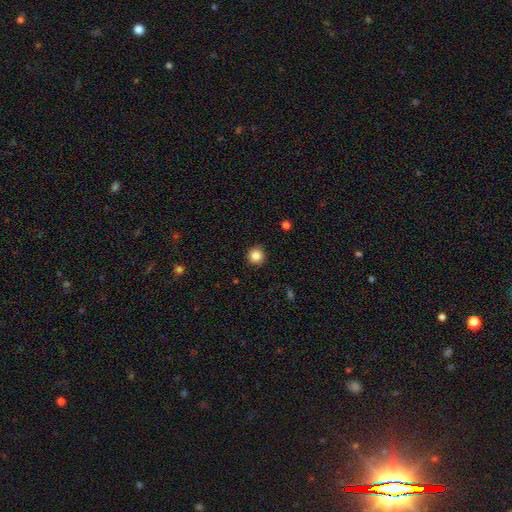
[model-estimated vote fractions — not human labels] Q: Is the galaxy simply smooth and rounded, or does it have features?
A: smooth — 85%.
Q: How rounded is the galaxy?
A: round — 94%.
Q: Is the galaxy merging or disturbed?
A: none — 91%.